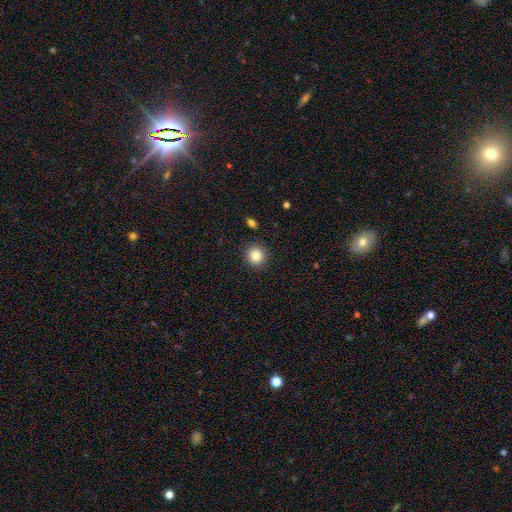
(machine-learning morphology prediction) smooth-or-featured: smooth: 86% | star or artifact: 9% | featured or disk: 5%
  how-rounded: round: 92% | in between: 7% | cigar-shaped: 1%
  merging: none: 90% | minor disturbance: 6% | major disturbance: 2% | merger: 2%